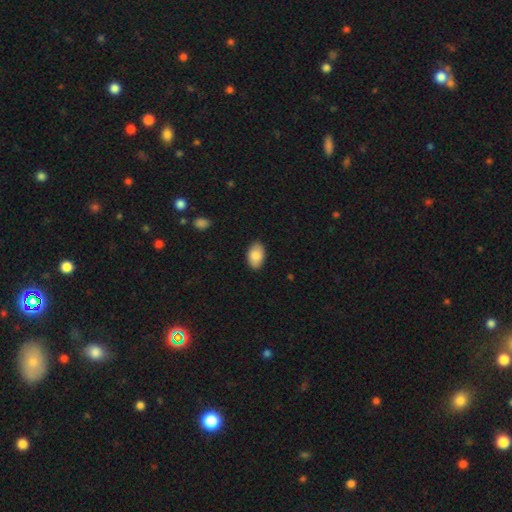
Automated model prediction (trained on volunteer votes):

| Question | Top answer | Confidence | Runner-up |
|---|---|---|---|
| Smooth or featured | smooth | 87% | featured or disk (7%) |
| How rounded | in between | 91% | round (7%) |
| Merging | none | 86% | minor disturbance (11%) |